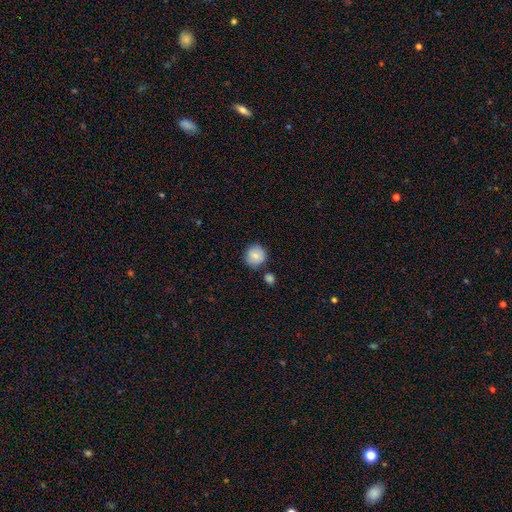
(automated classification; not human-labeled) smooth 82%, featured or disk 10%, star or artifact 8%. Down the decision tree: how rounded — round (91%); merging — none (76%).